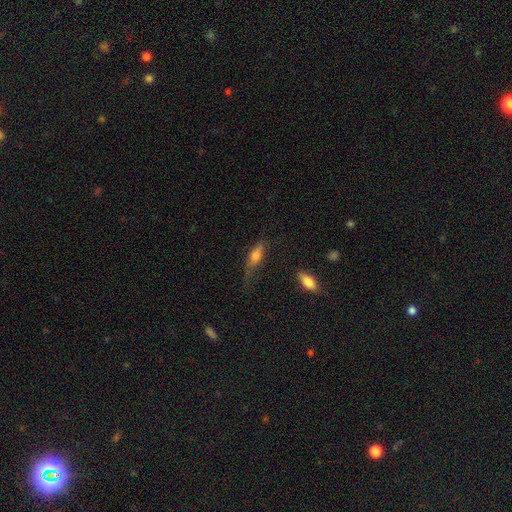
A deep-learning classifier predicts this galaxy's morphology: This appears to be a smooth galaxy with no disk features (68%) that is in between round and cigar-shaped (61%). Merging: none (39%).